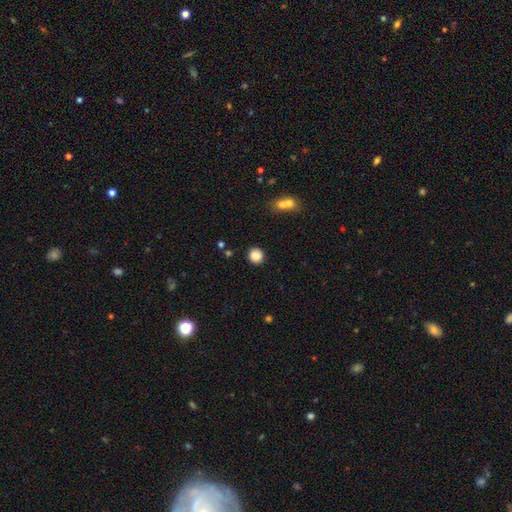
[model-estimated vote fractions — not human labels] Morphology: type=smooth (86%); roundness=round (90%); merging=none (89%).